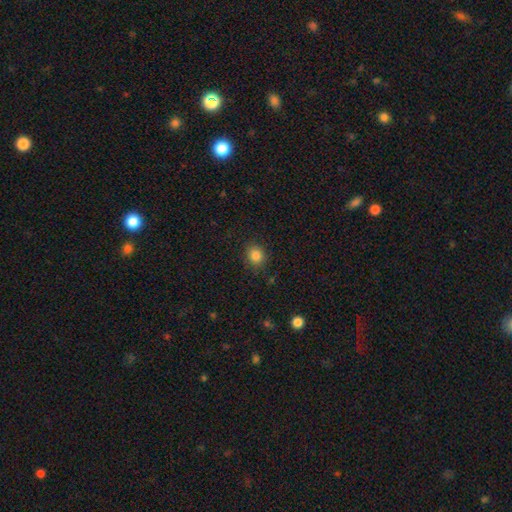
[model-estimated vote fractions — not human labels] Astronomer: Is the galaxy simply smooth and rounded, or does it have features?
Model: smooth — 84%.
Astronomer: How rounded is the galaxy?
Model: round — 77%.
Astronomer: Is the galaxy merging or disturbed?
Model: none — 86%.